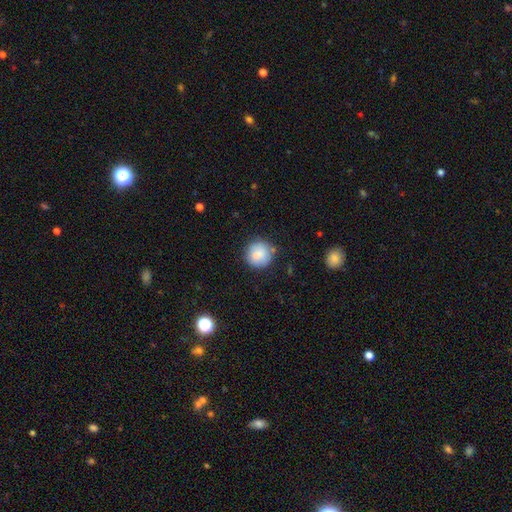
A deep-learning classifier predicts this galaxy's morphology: Q: Smooth or featured?
A: smooth (78%); runner-up: featured or disk (12%)
Q: How rounded?
A: round (94%); runner-up: in between (6%)
Q: Merging?
A: none (81%); runner-up: minor disturbance (13%)